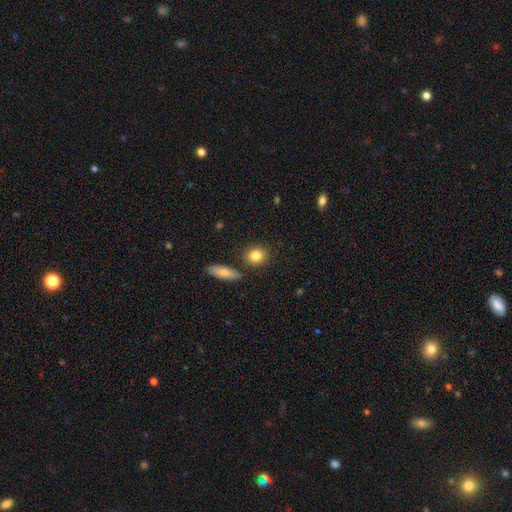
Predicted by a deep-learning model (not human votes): A smooth galaxy with no disk features (83%) that is round (71%).

Vote fractions:
- Smooth or featured? smooth: 83% / featured or disk: 9% / star or artifact: 9%
- How rounded? round: 71% / in between: 26% / cigar-shaped: 3%
- Merging? none: 84% / minor disturbance: 8% / merger: 6% / major disturbance: 2%